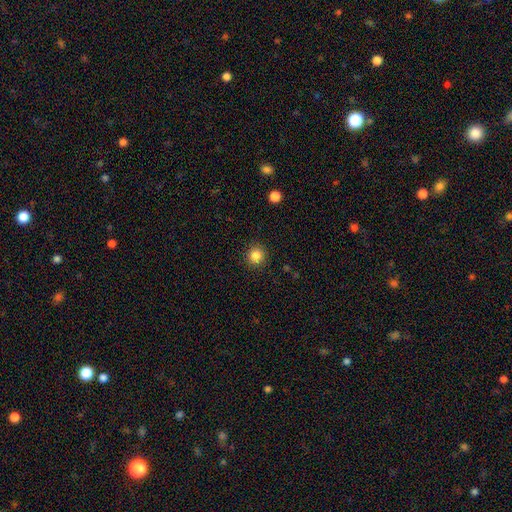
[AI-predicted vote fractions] smooth_or_featured: smooth (p=0.84) [alt: star or artifact p=0.11]
how_rounded: round (p=0.93) [alt: in between p=0.06]
merging: none (p=0.91) [alt: minor disturbance p=0.06]